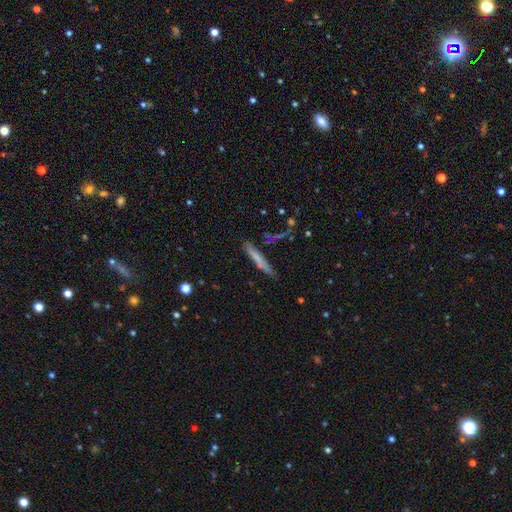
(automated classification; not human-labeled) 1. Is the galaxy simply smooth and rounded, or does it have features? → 58% smooth, 32% featured or disk, 9% star or artifact.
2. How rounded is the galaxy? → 94% cigar-shaped, 4% in between, 2% round.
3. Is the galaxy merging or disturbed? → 77% none, 14% minor disturbance, 5% merger, 4% major disturbance.